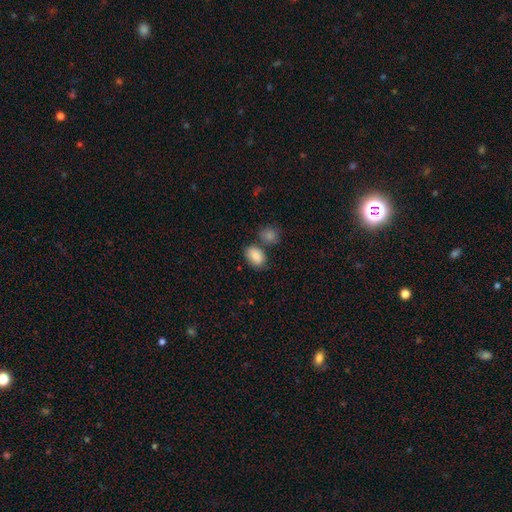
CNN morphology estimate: A smooth galaxy with no disk features (85%) that is in between round and cigar-shaped (84%).

Vote fractions:
- Smooth or featured? smooth: 85% / featured or disk: 8% / star or artifact: 7%
- How rounded? in between: 84% / round: 15% / cigar-shaped: 1%
- Merging? none: 63% / merger: 17% / minor disturbance: 16% / major disturbance: 4%